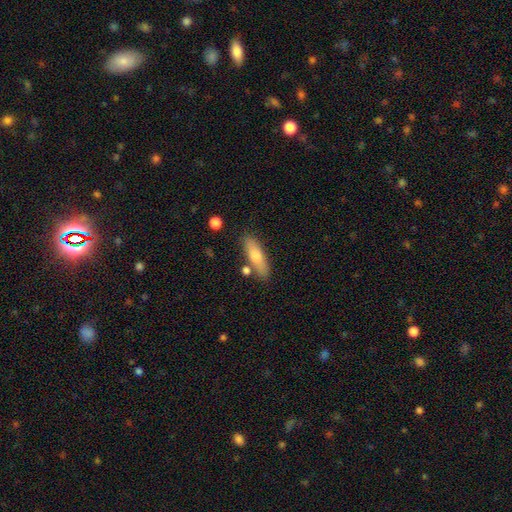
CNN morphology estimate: The model was most divided on "how rounded": cigar-shaped: 51%, in between: 46%, round: 3%. More confident: merging — none (76%); smooth or featured — smooth (71%).